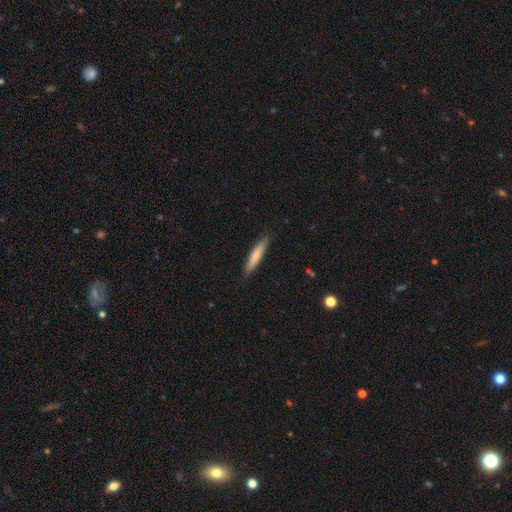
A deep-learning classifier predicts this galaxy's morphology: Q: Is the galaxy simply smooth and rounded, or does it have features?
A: smooth — 72%.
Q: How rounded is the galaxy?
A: cigar-shaped — 91%.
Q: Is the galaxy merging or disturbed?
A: none — 88%.